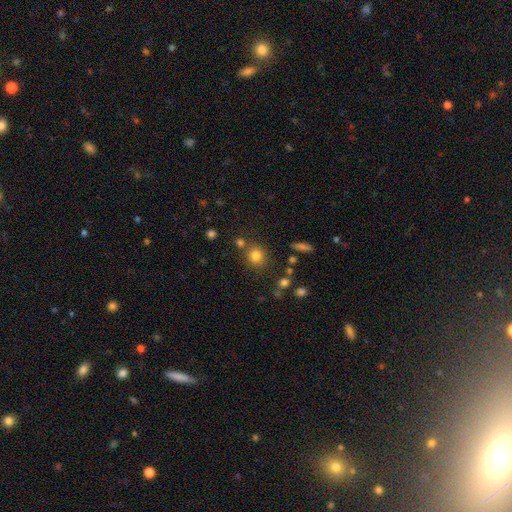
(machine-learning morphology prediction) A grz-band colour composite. It shows a smooth galaxy with no disk features (80%) that is round (84%). Merging: none (74%).